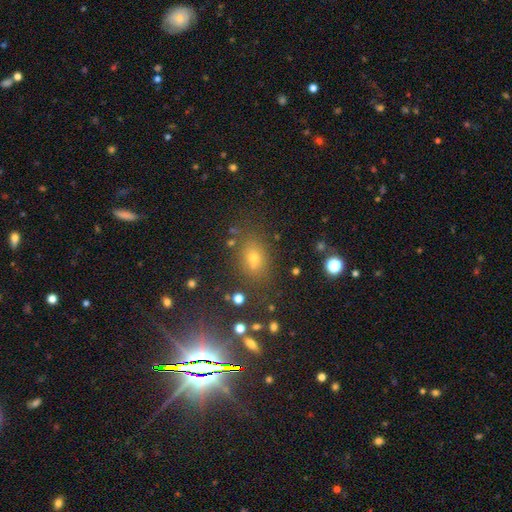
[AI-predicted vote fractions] Smooth or featured? Predicted: smooth (p=0.57). How rounded? Predicted: in between (p=0.66). Merging? Predicted: none (p=0.78).